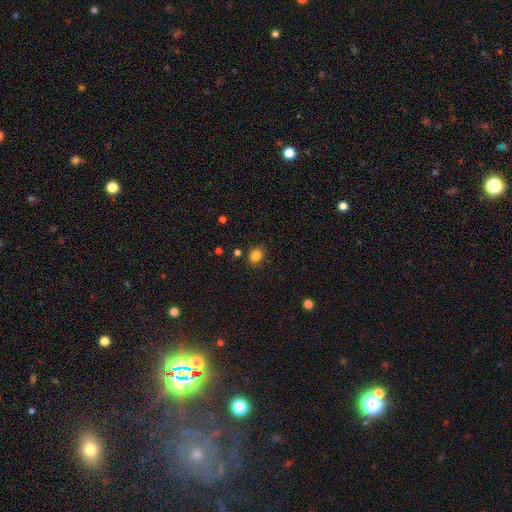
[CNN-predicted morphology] Smooth or featured? smooth (83%)
How rounded? in between (54%)
Merging? none (80%)